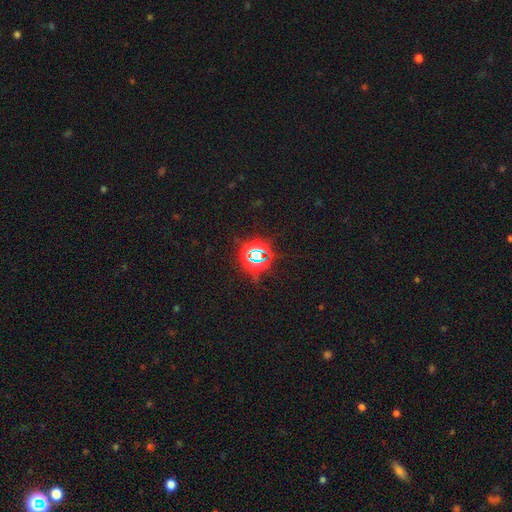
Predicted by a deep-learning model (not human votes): smooth_or_featured: star or artifact (p=0.77) [alt: smooth p=0.14]